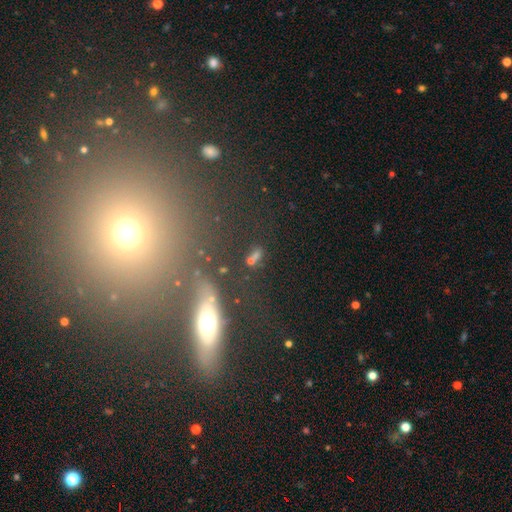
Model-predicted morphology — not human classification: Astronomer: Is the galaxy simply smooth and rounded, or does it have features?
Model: smooth — 53%.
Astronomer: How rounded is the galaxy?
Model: in between — 59%.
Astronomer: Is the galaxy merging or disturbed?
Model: none — 59%.